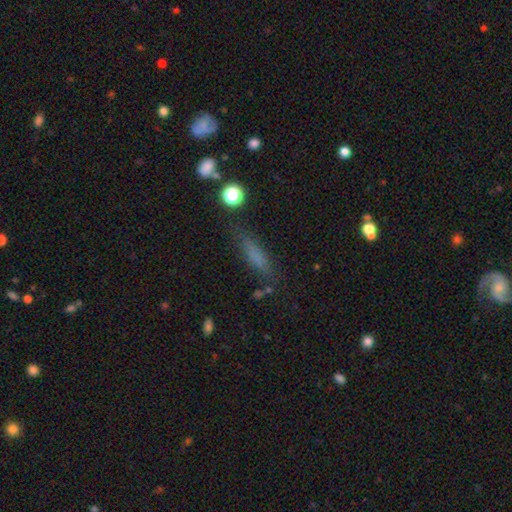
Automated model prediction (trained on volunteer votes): This appears to be a smooth galaxy with no disk features (67%) that is cigar-shaped (72%). Merging: none (73%).